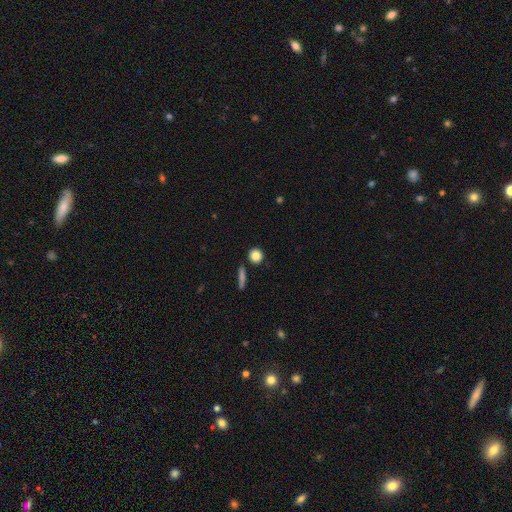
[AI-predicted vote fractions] Smooth or featured?
  - smooth: 84% *
  - star or artifact: 9%
  - featured or disk: 6%
How rounded?
  - round: 90% *
  - in between: 7%
  - cigar-shaped: 3%
Merging?
  - none: 86% *
  - minor disturbance: 7%
  - merger: 5%
  - major disturbance: 2%